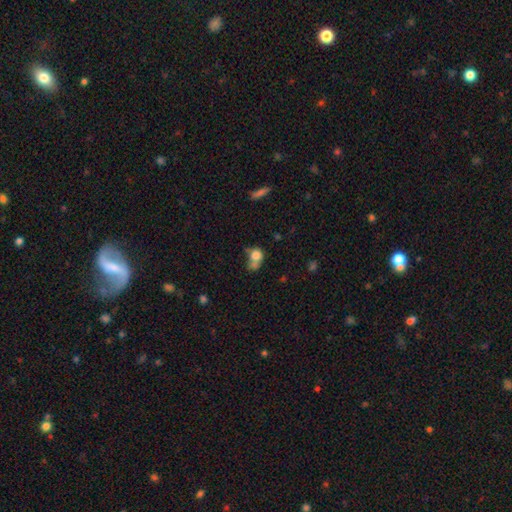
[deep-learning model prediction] The model was most divided on "merging": merger: 42%, none: 30%, minor disturbance: 16%, major disturbance: 12%. More confident: smooth or featured — smooth (76%); how rounded — round (65%).